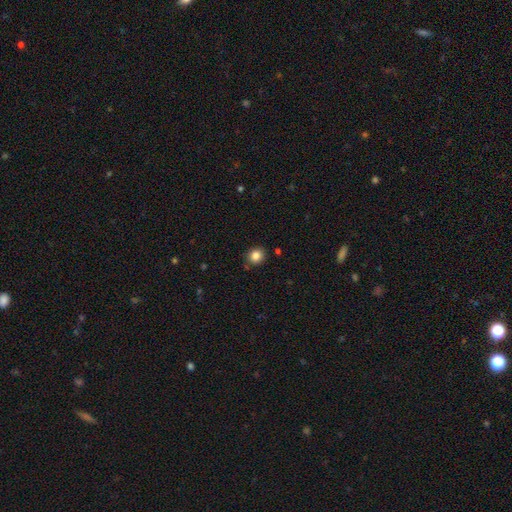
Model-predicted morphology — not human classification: type=smooth (84%); roundness=round (79%); merging=none (86%).